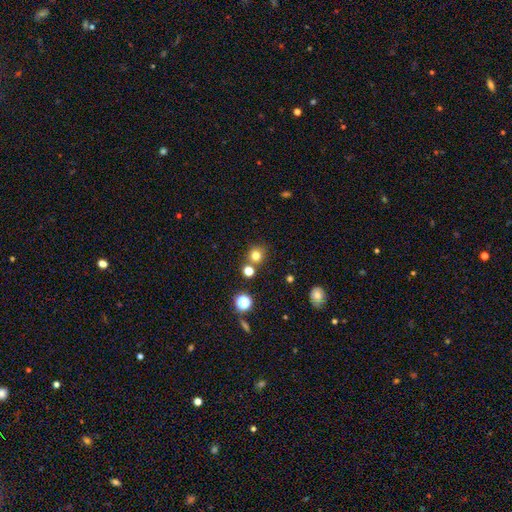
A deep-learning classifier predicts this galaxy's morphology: This is likely a smooth galaxy (75%). How rounded: clearly round (87%). Merging: likely none (75%).